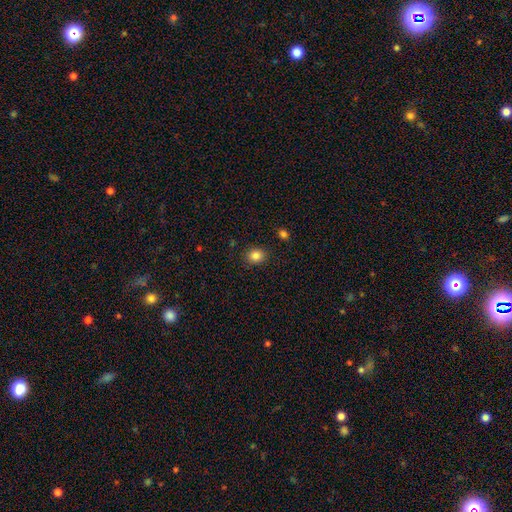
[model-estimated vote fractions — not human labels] Morphology: type=smooth (84%); roundness=round (70%); merging=none (89%).